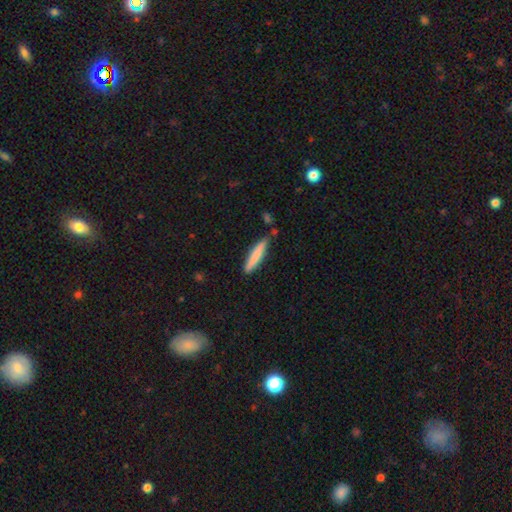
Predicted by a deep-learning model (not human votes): Smooth or featured? smooth (75%)
How rounded? cigar-shaped (90%)
Merging? none (78%)